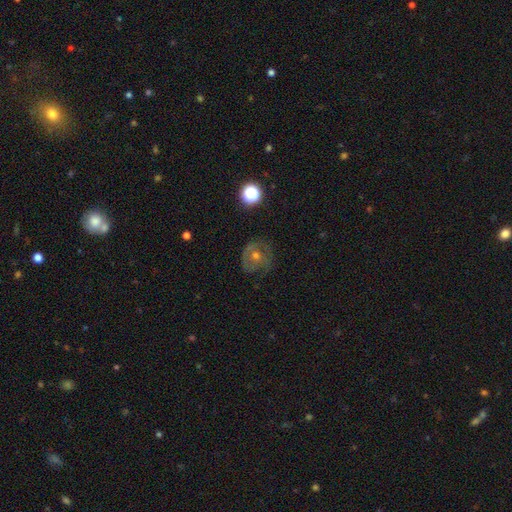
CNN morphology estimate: Smooth or featured? Predicted: featured or disk (p=0.57). Edge-on disk? Predicted: no (p=0.96). Bar? Predicted: no (p=0.80). Spiral arms? Predicted: yes (p=0.62). Bulge size? Predicted: moderate (p=0.55). Merging? Predicted: none (p=0.72).